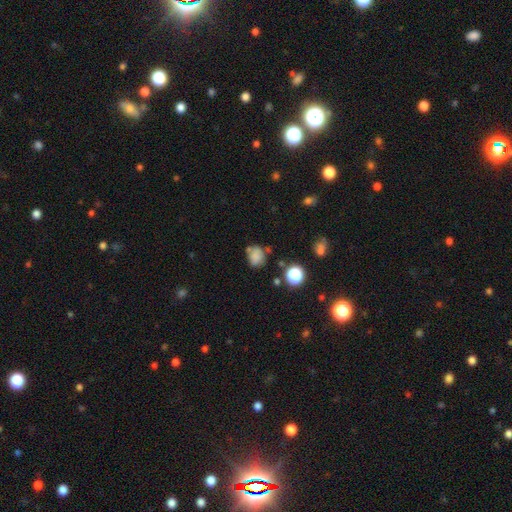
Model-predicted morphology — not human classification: Smooth or featured? smooth (76%)
How rounded? round (55%)
Merging? none (55%)